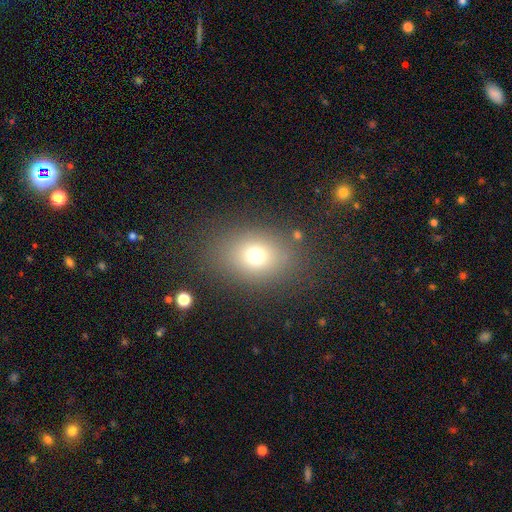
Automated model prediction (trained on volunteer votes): Morphology: type=smooth (71%); roundness=in between (57%); merging=none (80%).